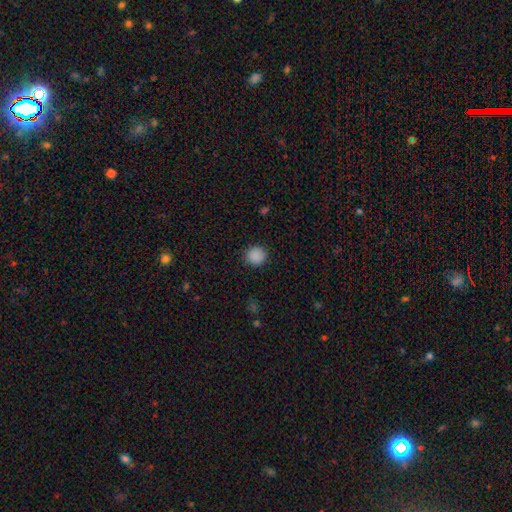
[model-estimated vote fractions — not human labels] The model was most divided on "how rounded": round: 89%, in between: 11%, cigar-shaped: 1%. More confident: smooth or featured — smooth (88%); merging — none (88%).